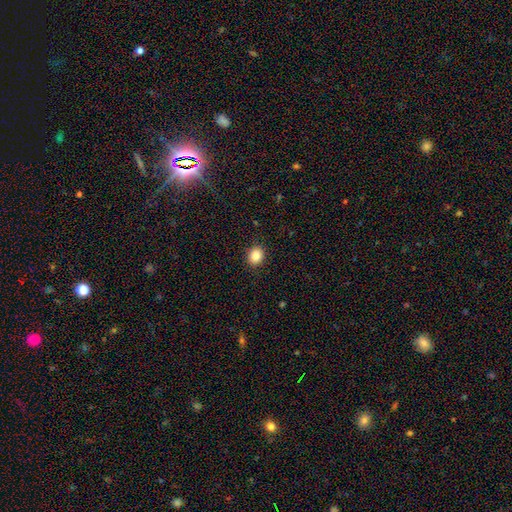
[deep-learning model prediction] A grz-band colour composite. It shows a smooth galaxy with no disk features (84%) that is round (65%). Merging: none (91%).